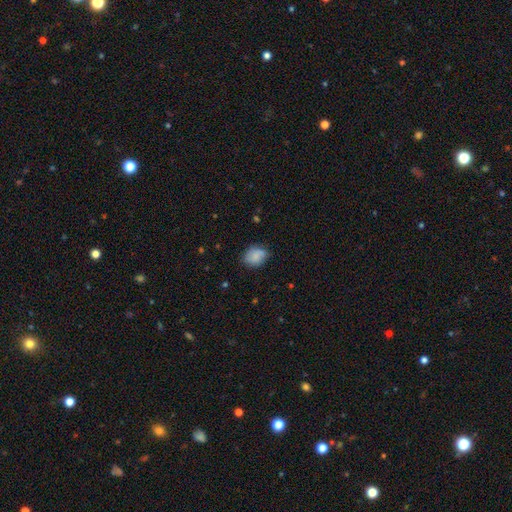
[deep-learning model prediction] Morphology: type=smooth (75%); roundness=in between (53%); merging=none (68%).